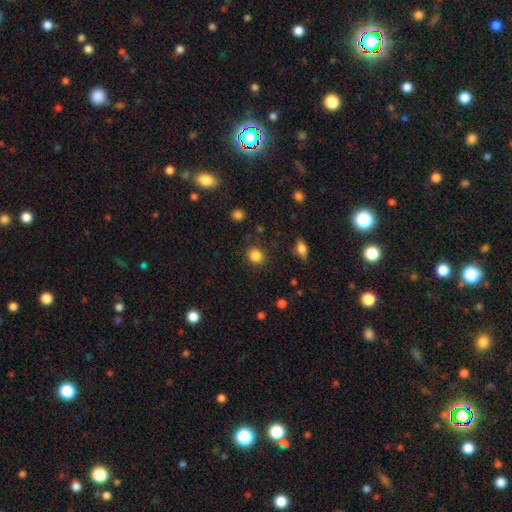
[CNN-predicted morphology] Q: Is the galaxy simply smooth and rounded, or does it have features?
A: smooth — 85%.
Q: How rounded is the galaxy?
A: round — 75%.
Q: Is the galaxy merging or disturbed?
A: none — 86%.